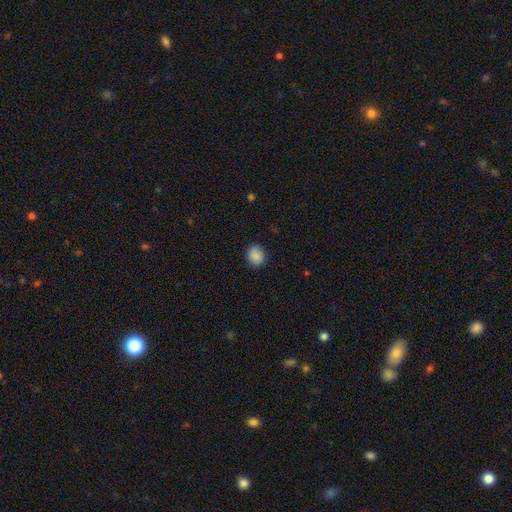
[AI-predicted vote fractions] smooth 87%, star or artifact 8%, featured or disk 5%. Down the decision tree: how rounded — round (70%); merging — none (84%).